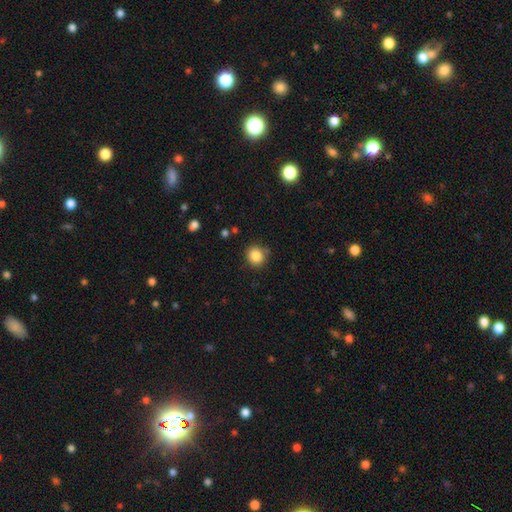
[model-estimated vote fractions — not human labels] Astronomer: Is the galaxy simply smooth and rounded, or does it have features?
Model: smooth — 86%.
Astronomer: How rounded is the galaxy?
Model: round — 83%.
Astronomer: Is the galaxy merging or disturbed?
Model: none — 83%.